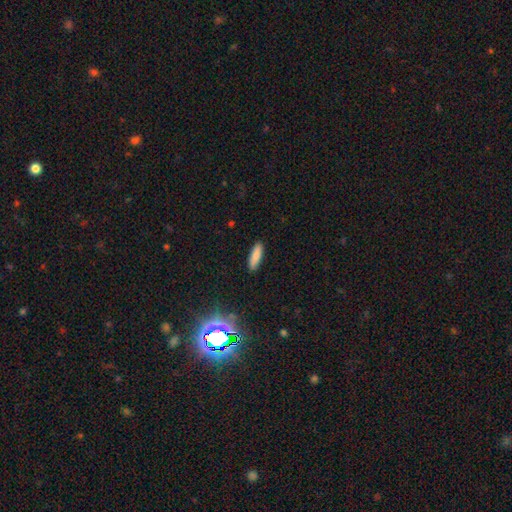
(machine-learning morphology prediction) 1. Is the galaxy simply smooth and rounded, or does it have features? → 85% smooth, 8% star or artifact, 7% featured or disk.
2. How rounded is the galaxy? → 59% cigar-shaped, 39% in between, 2% round.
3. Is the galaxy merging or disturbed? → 90% none, 7% minor disturbance, 2% major disturbance, 1% merger.